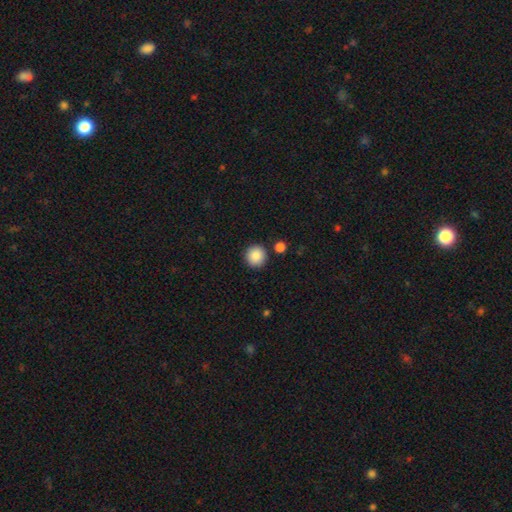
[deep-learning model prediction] A smooth galaxy with no disk features (88%) that is round (94%). Merging: none (88%).